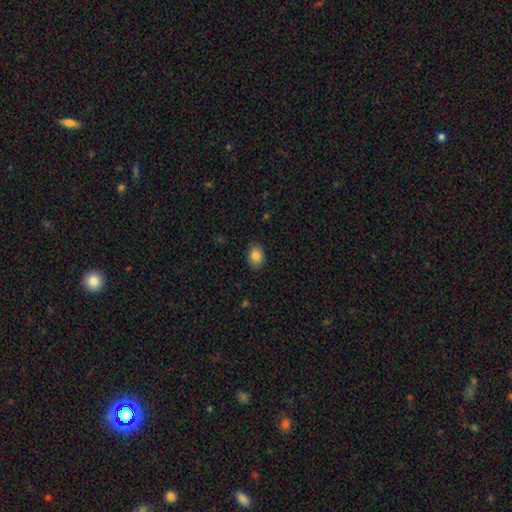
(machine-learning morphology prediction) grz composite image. It shows a smooth galaxy with no disk features (85%) that is in between round and cigar-shaped (68%). Merging: none (88%).